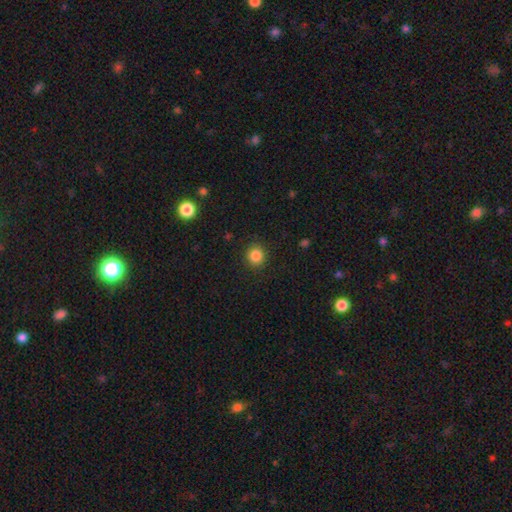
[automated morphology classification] Smooth or featured? Predicted: smooth (p=0.85). How rounded? Predicted: round (p=0.88). Merging? Predicted: none (p=0.90).